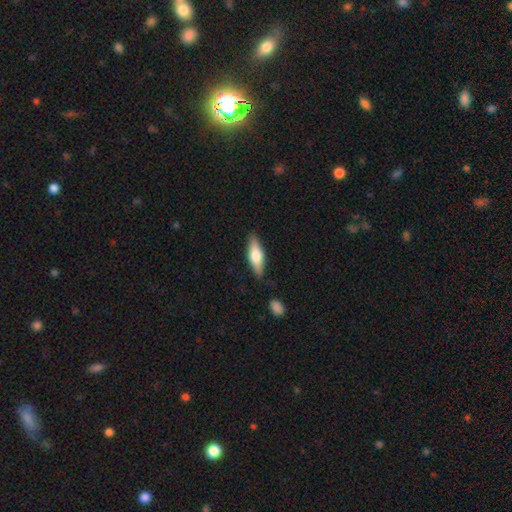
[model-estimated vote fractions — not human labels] Smooth or featured: smooth — 61% (featured or disk — 33%)
How rounded: in between — 53% (cigar-shaped — 44%)
Merging: none — 83% (minor disturbance — 12%)